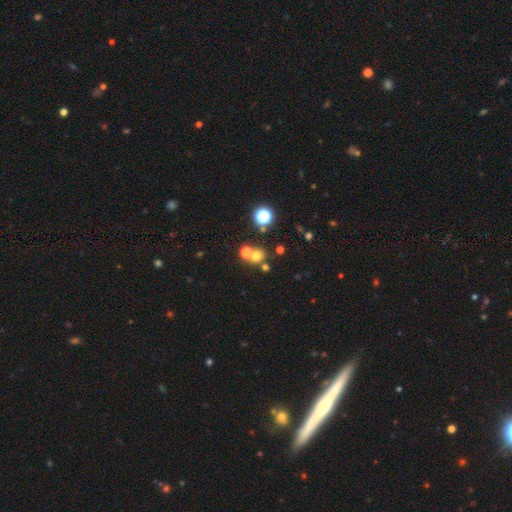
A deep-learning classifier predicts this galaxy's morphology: Q: Smooth or featured?
A: smooth (63%); runner-up: star or artifact (26%)
Q: How rounded?
A: round (80%); runner-up: in between (19%)
Q: Merging?
A: none (55%); runner-up: merger (34%)